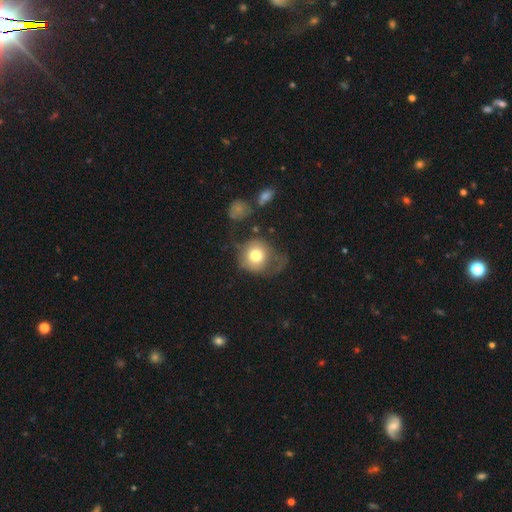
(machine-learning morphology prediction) smooth-or-featured: smooth: 72% | featured or disk: 19% | star or artifact: 9%
  how-rounded: round: 87% | in between: 12% | cigar-shaped: 1%
  merging: none: 43% | major disturbance: 27% | minor disturbance: 25% | merger: 5%